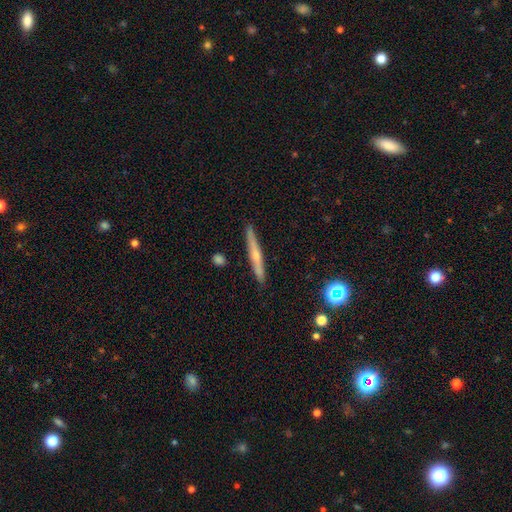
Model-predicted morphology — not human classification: This is possibly a featured or disk galaxy (56%). It is clearly viewed edge-on (96%). Edge-on bulge: likely rounded (65%). Merging: clearly none (90%).